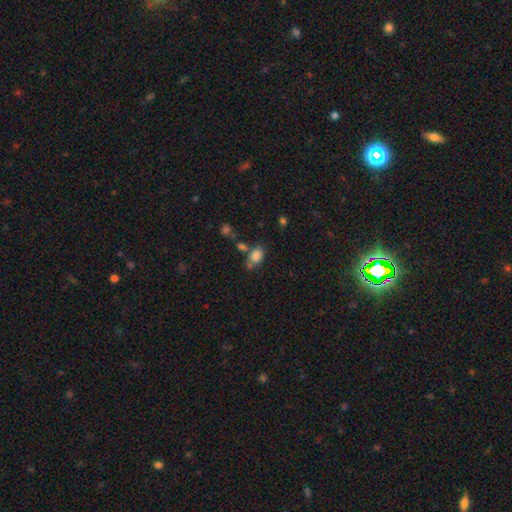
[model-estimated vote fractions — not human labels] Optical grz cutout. It shows a smooth galaxy with no disk features (82%) that is in between round and cigar-shaped (80%). Merging: none (50%).